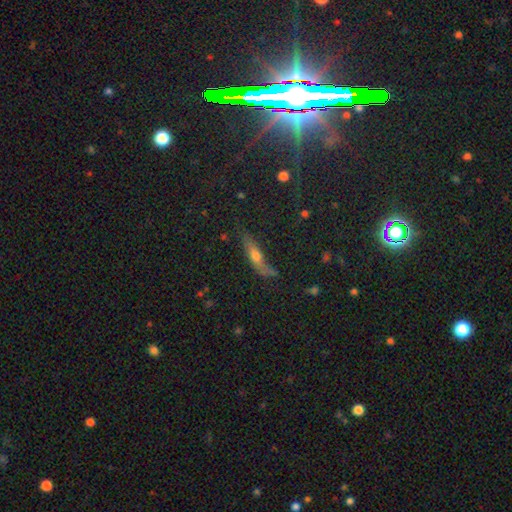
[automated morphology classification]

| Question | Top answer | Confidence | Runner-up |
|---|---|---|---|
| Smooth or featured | smooth | 49% | featured or disk (36%) |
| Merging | none | 60% | minor disturbance (25%) |